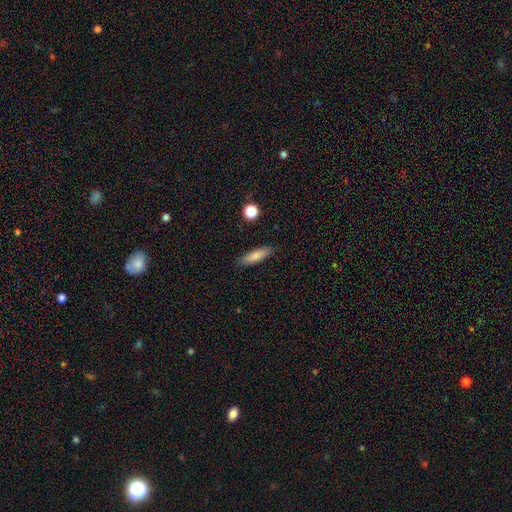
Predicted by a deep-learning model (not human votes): Overall: smooth (79%). How rounded: cigar-shaped (66%; in between 32%). Merging: none (86%).